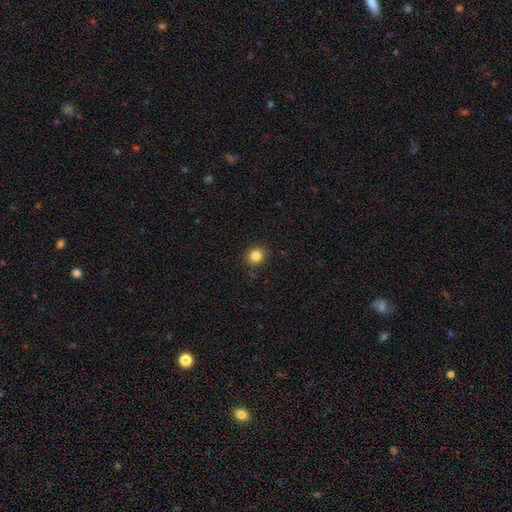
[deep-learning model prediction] Smooth or featured?
  - smooth: 84% *
  - star or artifact: 11%
  - featured or disk: 5%
How rounded?
  - round: 85% *
  - in between: 14%
  - cigar-shaped: 1%
Merging?
  - none: 90% *
  - minor disturbance: 7%
  - major disturbance: 2%
  - merger: 1%